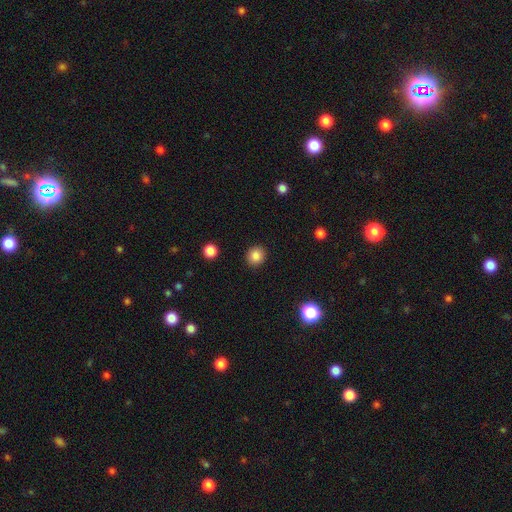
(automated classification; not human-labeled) Smooth or featured? smooth (85%)
How rounded? round (85%)
Merging? none (91%)